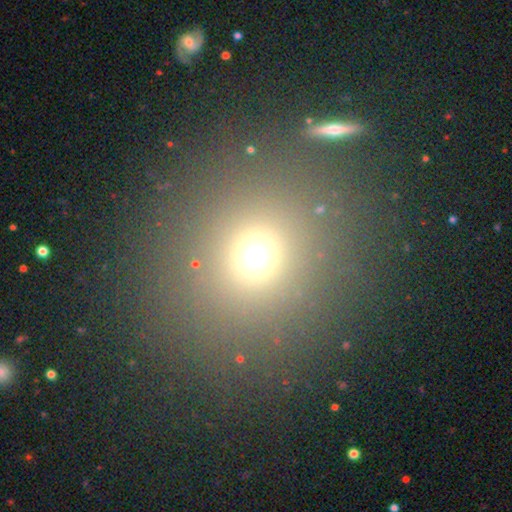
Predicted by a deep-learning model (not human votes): Smooth or featured? Predicted: smooth (p=0.68). How rounded? Predicted: round (p=0.83). Merging? Predicted: none (p=0.79).